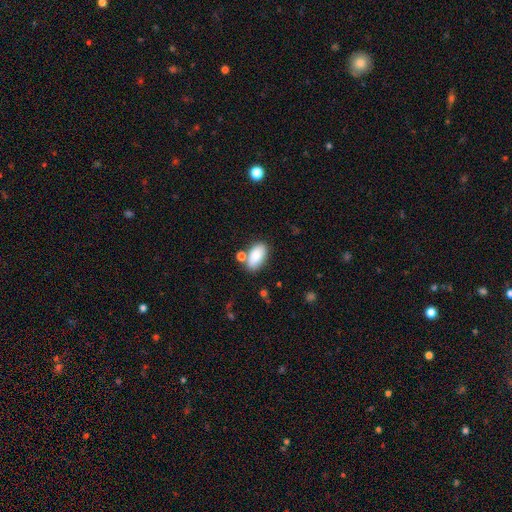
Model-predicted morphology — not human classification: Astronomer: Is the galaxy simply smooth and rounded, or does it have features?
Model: smooth — 86%.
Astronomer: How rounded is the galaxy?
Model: in between — 93%.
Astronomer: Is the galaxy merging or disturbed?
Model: none — 69%.